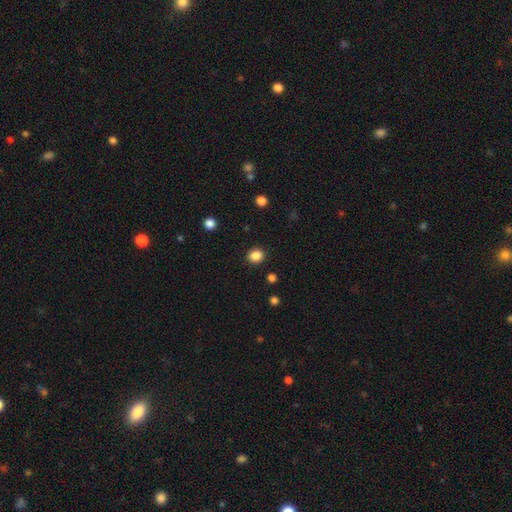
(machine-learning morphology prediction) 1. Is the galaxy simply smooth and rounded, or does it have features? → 86% smooth, 11% star or artifact, 3% featured or disk.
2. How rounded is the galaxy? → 80% round, 19% in between, 1% cigar-shaped.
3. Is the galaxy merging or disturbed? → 91% none, 6% minor disturbance, 2% major disturbance, 1% merger.